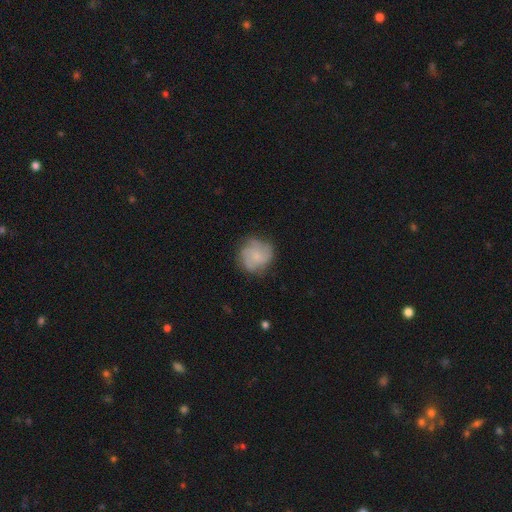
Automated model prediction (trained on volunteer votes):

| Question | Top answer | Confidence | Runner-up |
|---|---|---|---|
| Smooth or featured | featured or disk | 50% | smooth (43%) |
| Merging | none | 68% | minor disturbance (22%) |